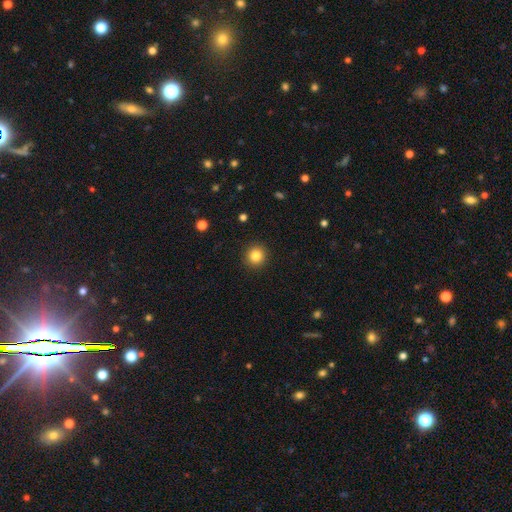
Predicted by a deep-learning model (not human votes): smooth-or-featured: smooth: 83% | star or artifact: 11% | featured or disk: 6%
  how-rounded: round: 95% | in between: 4% | cigar-shaped: 1%
  merging: none: 92% | minor disturbance: 5% | major disturbance: 2% | merger: 1%